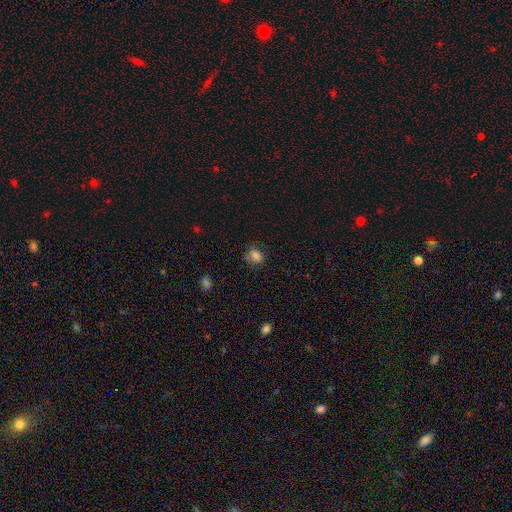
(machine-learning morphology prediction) Q: Smooth or featured?
A: smooth (78%); runner-up: star or artifact (13%)
Q: How rounded?
A: in between (61%); runner-up: round (37%)
Q: Merging?
A: none (67%); runner-up: minor disturbance (23%)